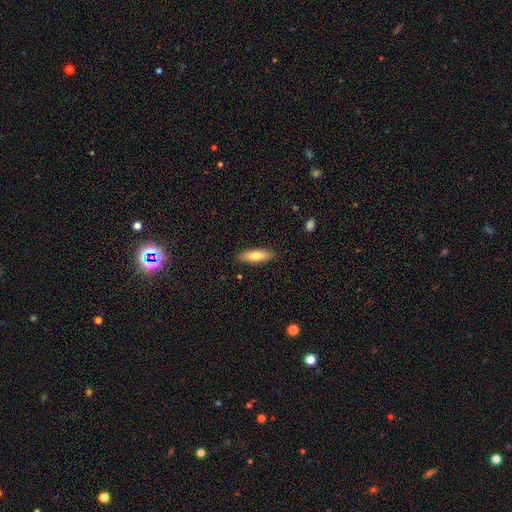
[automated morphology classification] A smooth galaxy with no disk features (74%) that is cigar-shaped (59%).

Vote fractions:
- Smooth or featured? smooth: 74% / featured or disk: 20% / star or artifact: 6%
- How rounded? cigar-shaped: 59% / in between: 39% / round: 2%
- Merging? none: 87% / minor disturbance: 9% / major disturbance: 2% / merger: 1%